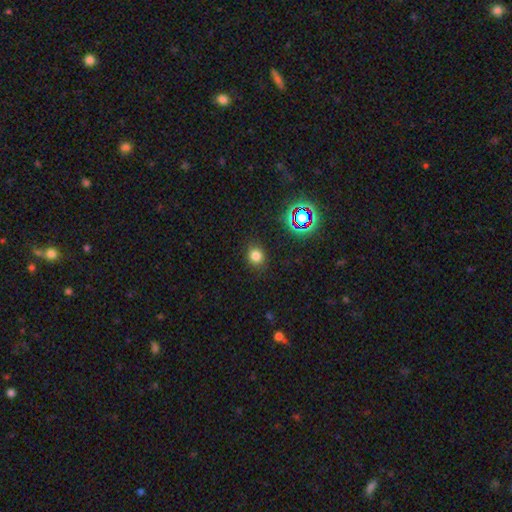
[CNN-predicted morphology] A smooth galaxy with no disk features (76%) that is round (71%). Merging: none (86%).